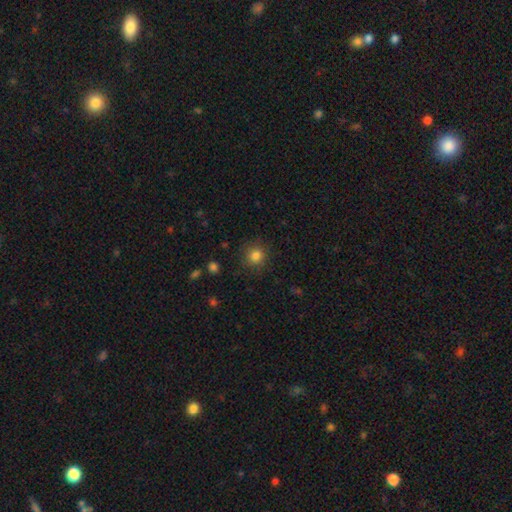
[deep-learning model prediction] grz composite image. It shows a smooth galaxy with no disk features (82%) that is round (90%). Merging: none (86%).